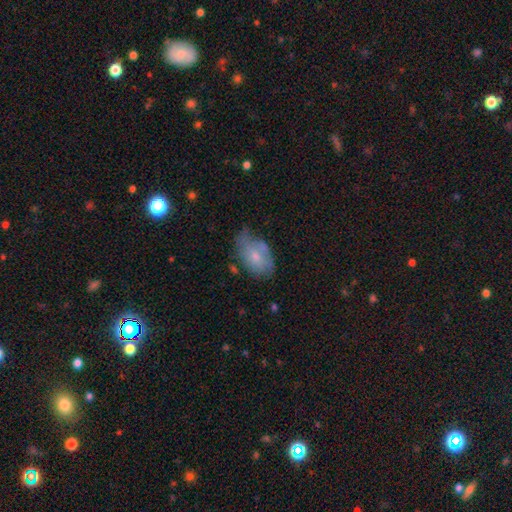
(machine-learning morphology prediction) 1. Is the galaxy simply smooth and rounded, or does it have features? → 64% smooth, 29% featured or disk, 8% star or artifact.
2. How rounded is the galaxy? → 90% in between, 8% round, 2% cigar-shaped.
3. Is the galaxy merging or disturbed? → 43% none, 38% minor disturbance, 14% major disturbance, 5% merger.